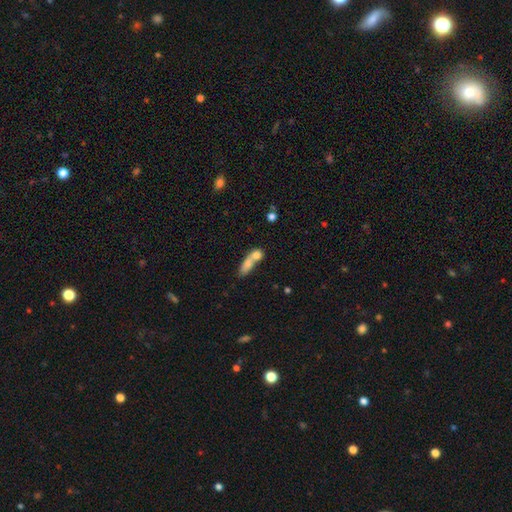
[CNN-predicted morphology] Smooth or featured?
  - smooth: 72% *
  - featured or disk: 19%
  - star or artifact: 9%
How rounded?
  - in between: 49% *
  - cigar-shaped: 28%
  - round: 23%
Merging?
  - merger: 65% *
  - none: 23%
  - minor disturbance: 7%
  - major disturbance: 5%